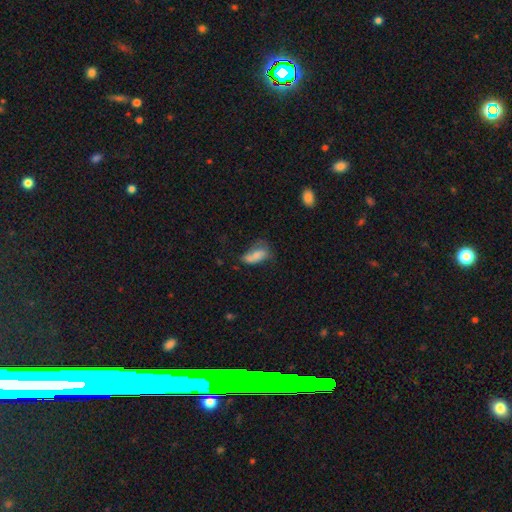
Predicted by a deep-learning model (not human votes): Smooth or featured? Predicted: smooth (p=0.66). How rounded? Predicted: in between (p=0.87). Merging? Predicted: none (p=0.29).